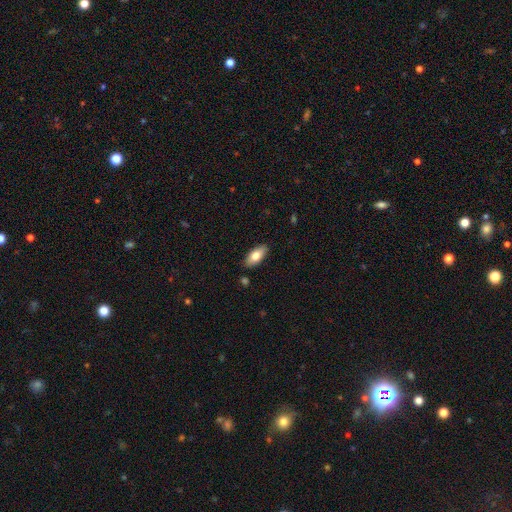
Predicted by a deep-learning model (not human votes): Overall: smooth (76%). How rounded: in between (86%). Merging: none (88%).